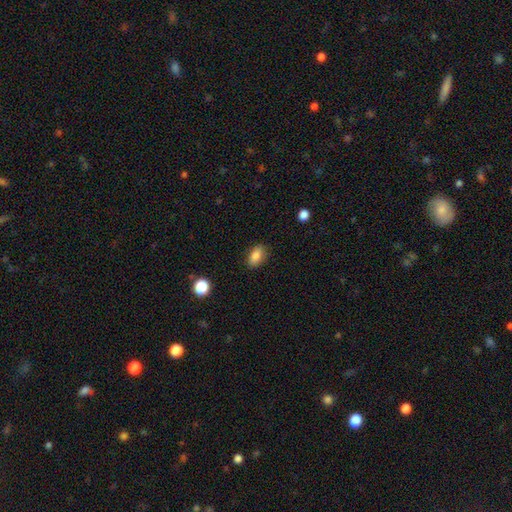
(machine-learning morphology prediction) Smooth or featured? Predicted: smooth (p=0.86). How rounded? Predicted: in between (p=0.88). Merging? Predicted: none (p=0.86).